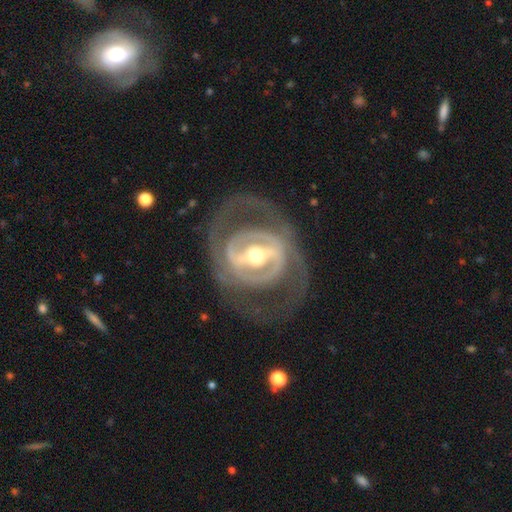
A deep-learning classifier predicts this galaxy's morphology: The model was most divided on "spiral winding": tight: 52%, medium: 36%, loose: 12%. More confident: edge-on disk — no (95%); smooth or featured — featured or disk (88%); spiral arms — yes (80%); merging — none (70%); bar — strong (67%); bulge size — moderate (66%); spiral arm count — 2 (66%).